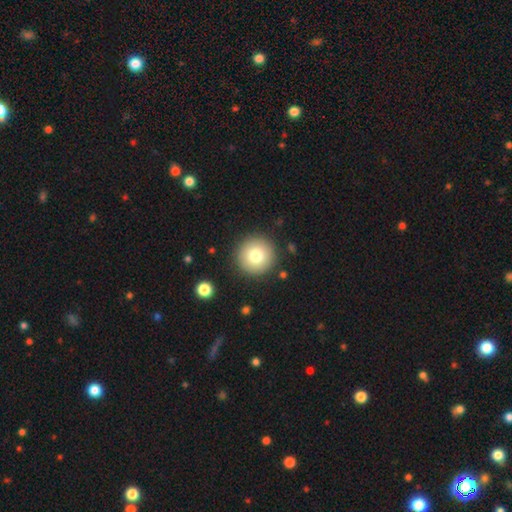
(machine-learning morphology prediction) Smooth or featured: smooth — 78% (featured or disk — 12%)
How rounded: round — 96% (in between — 3%)
Merging: none — 90% (minor disturbance — 6%)